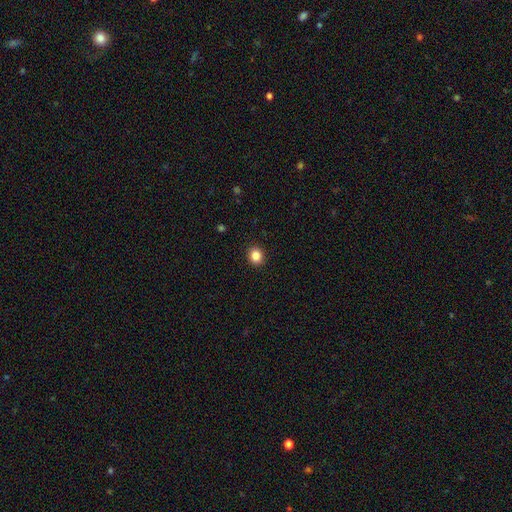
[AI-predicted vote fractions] Overall: smooth (85%). How rounded: round (74%). Merging: none (92%).